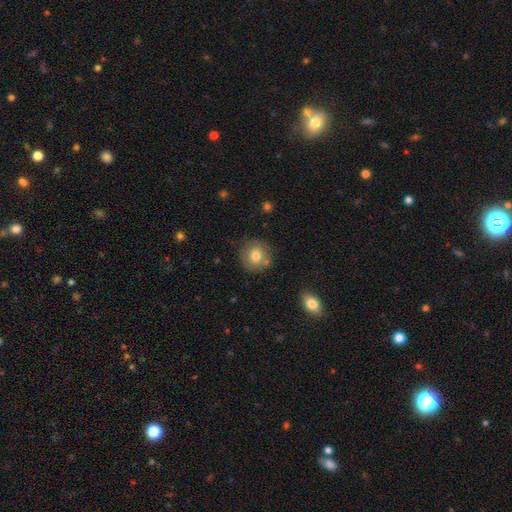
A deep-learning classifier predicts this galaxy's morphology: Q: Smooth or featured?
A: smooth (77%); runner-up: featured or disk (14%)
Q: How rounded?
A: round (90%); runner-up: in between (9%)
Q: Merging?
A: none (78%); runner-up: minor disturbance (13%)